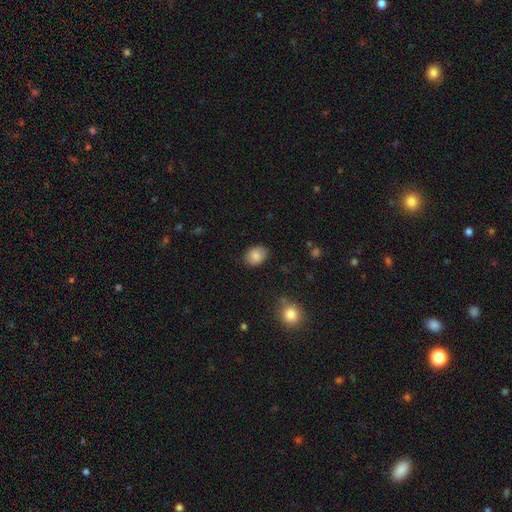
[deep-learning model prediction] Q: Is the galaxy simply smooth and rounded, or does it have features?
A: smooth — 85%.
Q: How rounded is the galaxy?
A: in between — 66%.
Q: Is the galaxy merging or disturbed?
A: none — 86%.